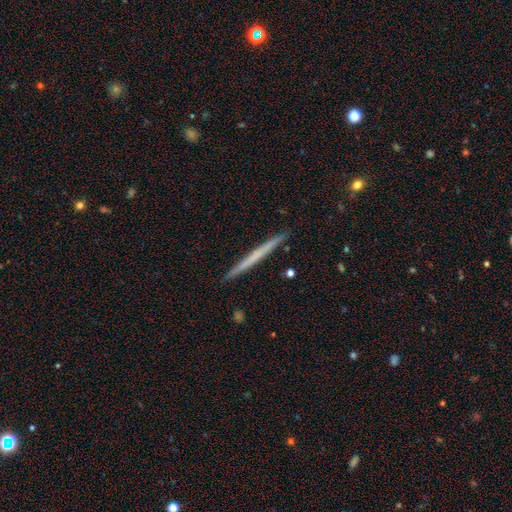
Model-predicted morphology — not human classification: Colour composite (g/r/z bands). It shows a featured or disk galaxy (48%). Merging: none (92%).